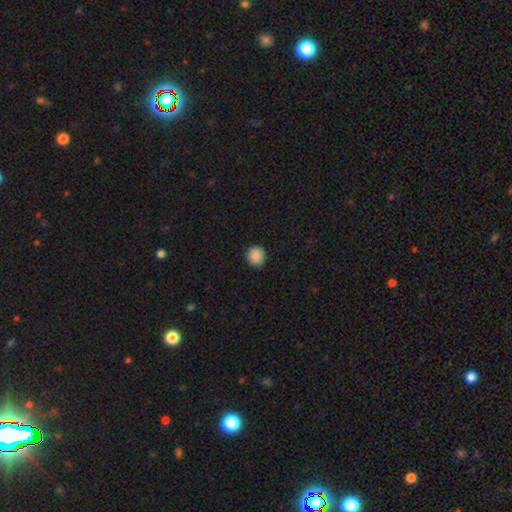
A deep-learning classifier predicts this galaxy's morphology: Smooth or featured? smooth (89%)
How rounded? round (90%)
Merging? none (90%)